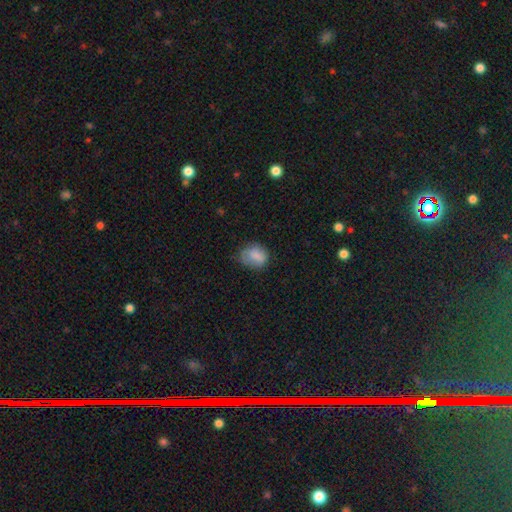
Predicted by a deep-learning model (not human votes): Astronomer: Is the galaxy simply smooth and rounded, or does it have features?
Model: smooth — 81%.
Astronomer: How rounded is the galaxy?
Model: round — 53% (runner-up: in between, 46%).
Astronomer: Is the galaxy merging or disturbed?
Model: none — 60%.